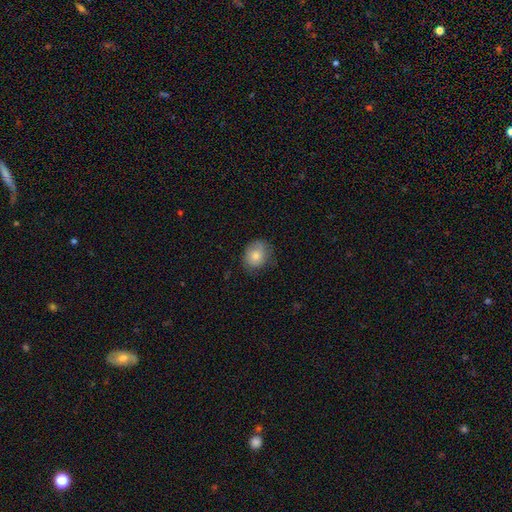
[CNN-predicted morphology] smooth-or-featured: smooth: 78% | featured or disk: 13% | star or artifact: 9%
  how-rounded: round: 60% | in between: 39% | cigar-shaped: 1%
  merging: none: 74% | minor disturbance: 20% | major disturbance: 5% | merger: 1%